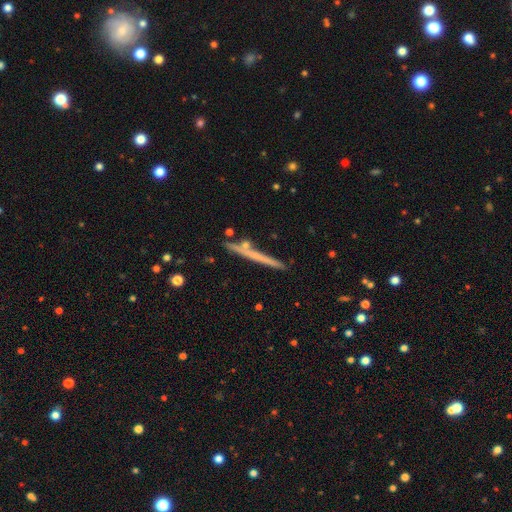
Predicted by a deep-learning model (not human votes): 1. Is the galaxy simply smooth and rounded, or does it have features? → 48% featured or disk, 44% smooth, 7% star or artifact.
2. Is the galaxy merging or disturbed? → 81% none, 12% minor disturbance, 5% merger, 3% major disturbance.